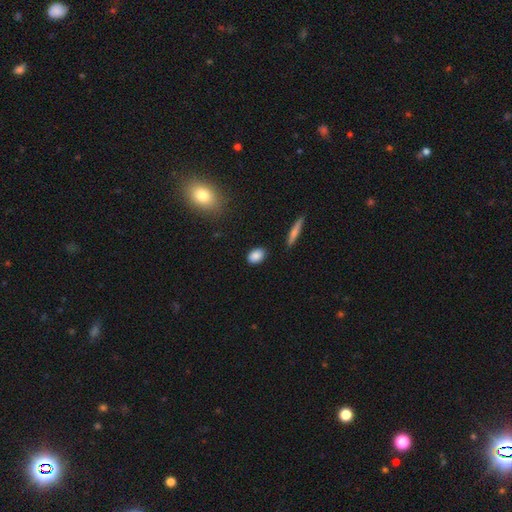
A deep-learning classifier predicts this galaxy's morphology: Smooth or featured? Predicted: smooth (p=0.87). How rounded? Predicted: in between (p=0.80). Merging? Predicted: none (p=0.86).